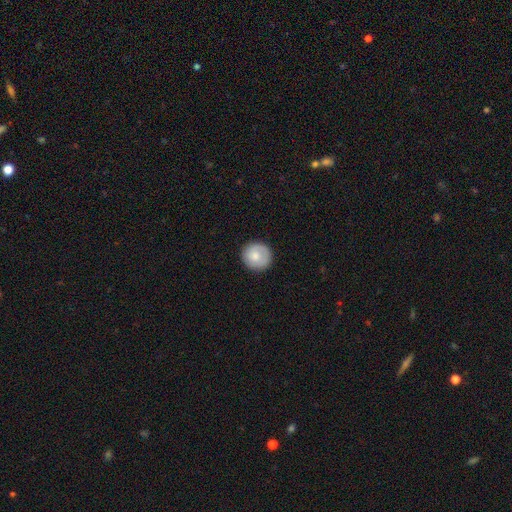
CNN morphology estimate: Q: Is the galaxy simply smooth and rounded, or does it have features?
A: smooth — 77%.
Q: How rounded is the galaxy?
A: round — 92%.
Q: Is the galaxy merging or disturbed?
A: none — 87%.